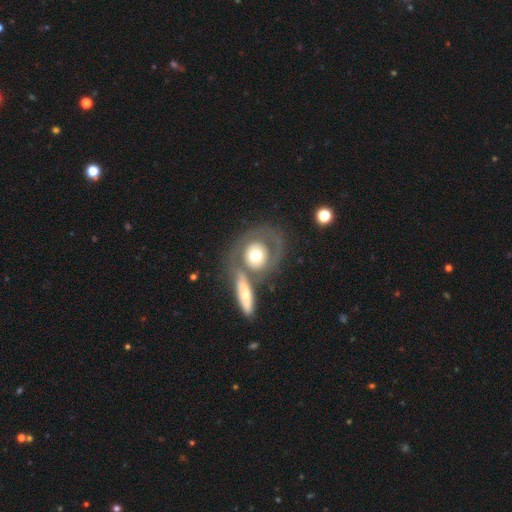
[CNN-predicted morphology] Smooth or featured? Predicted: smooth (p=0.47). Merging? Predicted: none (p=0.53).